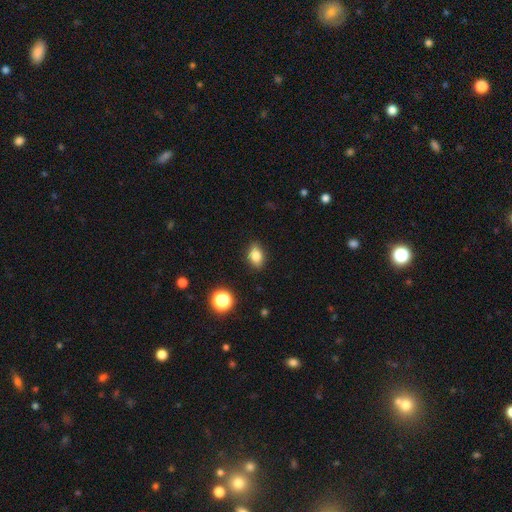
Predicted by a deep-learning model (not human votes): Morphology: type=smooth (82%); roundness=in between (78%); merging=none (86%).